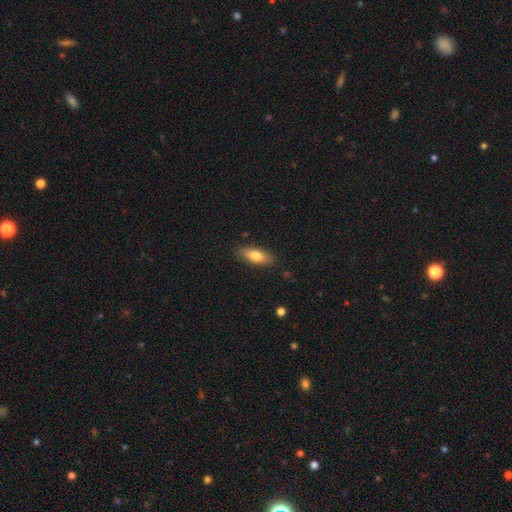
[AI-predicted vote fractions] Overall: smooth (77%). How rounded: in between (72%). Merging: none (86%).